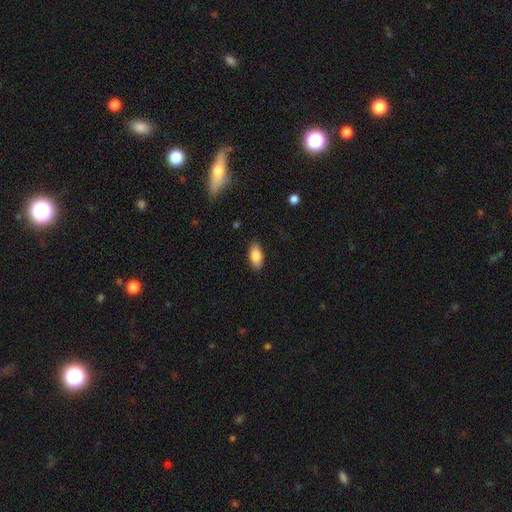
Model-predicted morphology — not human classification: Smooth or featured? Predicted: smooth (p=0.84). How rounded? Predicted: in between (p=0.89). Merging? Predicted: none (p=0.86).